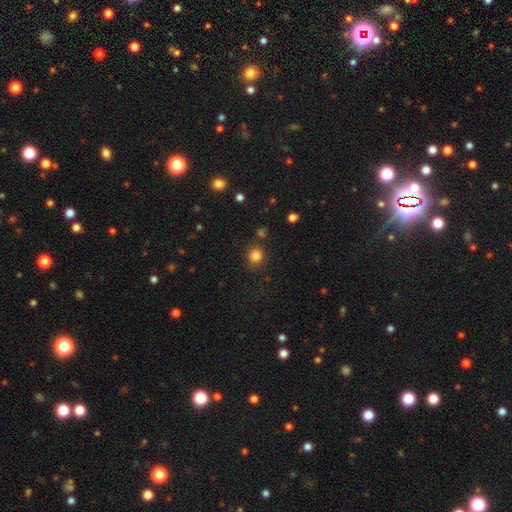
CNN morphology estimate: This appears to be a smooth galaxy with no disk features (83%) that is round (80%). Merging: none (83%).